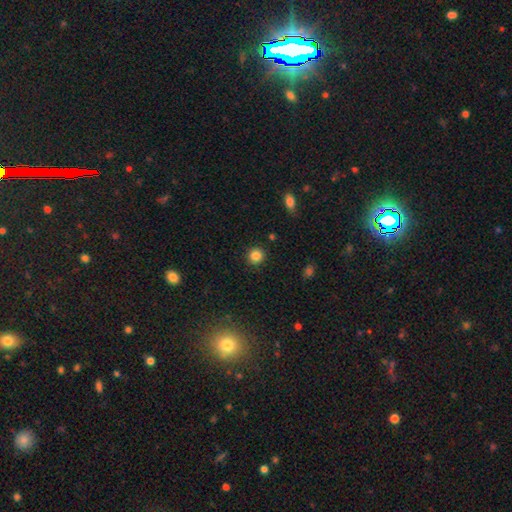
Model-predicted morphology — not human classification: type=smooth (85%); roundness=round (93%); merging=none (91%).